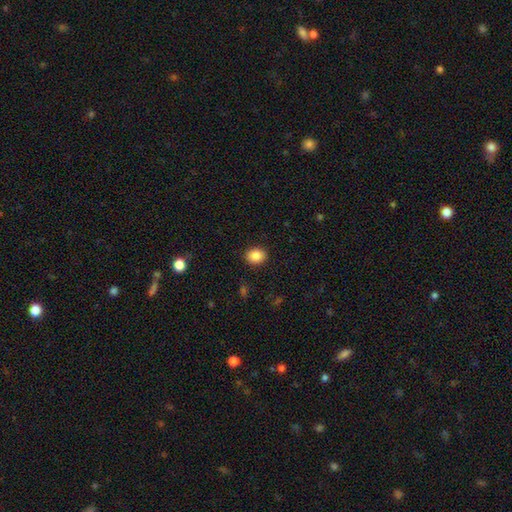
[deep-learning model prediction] smooth 87%, star or artifact 9%, featured or disk 5%. Down the decision tree: how rounded — round (57%); merging — none (90%).